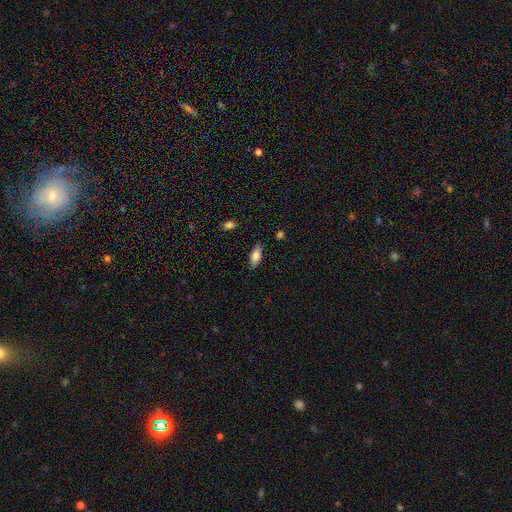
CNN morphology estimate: This appears to be a smooth galaxy with no disk features (79%) that is in between round and cigar-shaped (84%). Merging: none (83%).